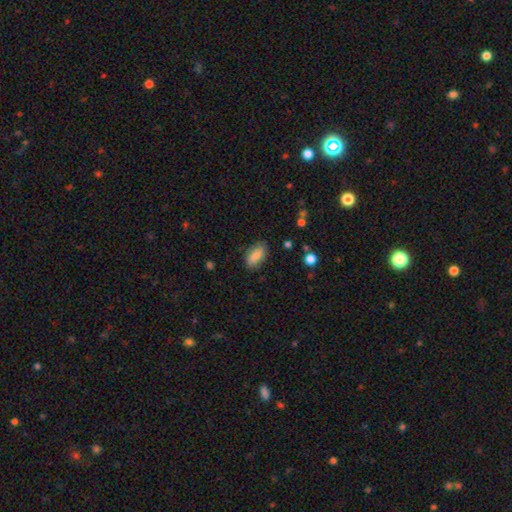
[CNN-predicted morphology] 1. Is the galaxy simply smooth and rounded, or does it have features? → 84% smooth, 9% featured or disk, 7% star or artifact.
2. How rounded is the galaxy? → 90% in between, 7% cigar-shaped, 3% round.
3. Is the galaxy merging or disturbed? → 81% none, 15% minor disturbance, 3% major disturbance, 1% merger.